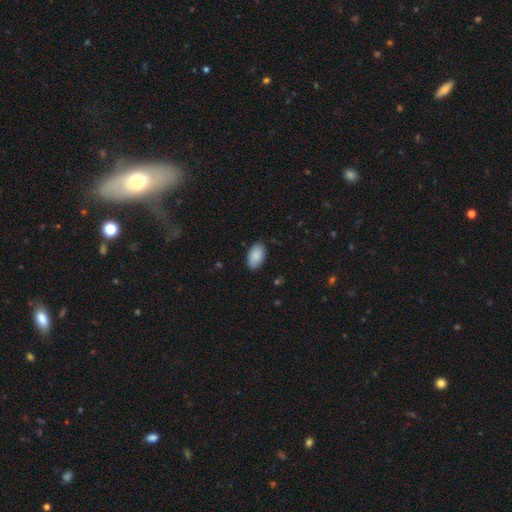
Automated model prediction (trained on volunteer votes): A smooth galaxy with no disk features (90%) that is in between round and cigar-shaped (95%).

Vote fractions:
- Smooth or featured? smooth: 90% / star or artifact: 6% / featured or disk: 4%
- How rounded? in between: 95% / round: 4% / cigar-shaped: 1%
- Merging? none: 87% / minor disturbance: 10% / major disturbance: 2% / merger: 1%